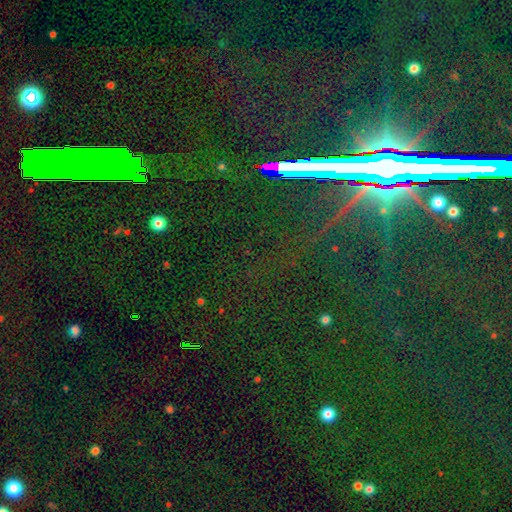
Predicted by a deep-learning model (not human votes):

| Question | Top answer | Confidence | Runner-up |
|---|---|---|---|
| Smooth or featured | star or artifact | 81% | featured or disk (10%) |